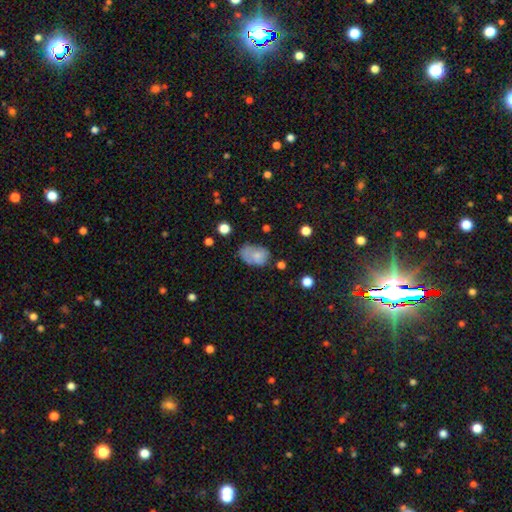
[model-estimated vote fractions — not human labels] This appears to be a smooth galaxy with no disk features (71%) that is in between round and cigar-shaped (81%). Merging: none (46%).